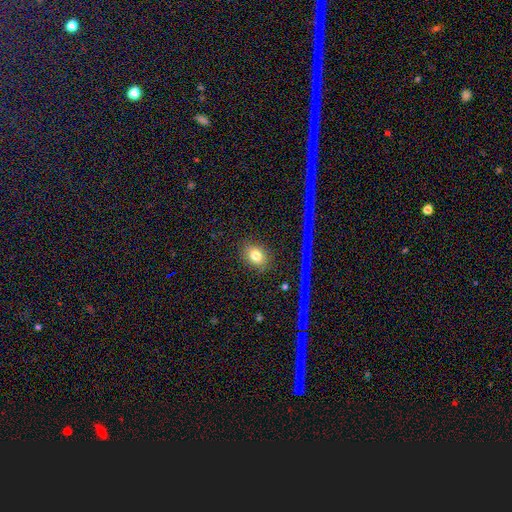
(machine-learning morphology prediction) This appears to be a smooth galaxy with no disk features (78%) that is in between round and cigar-shaped (51%). Merging: none (87%).